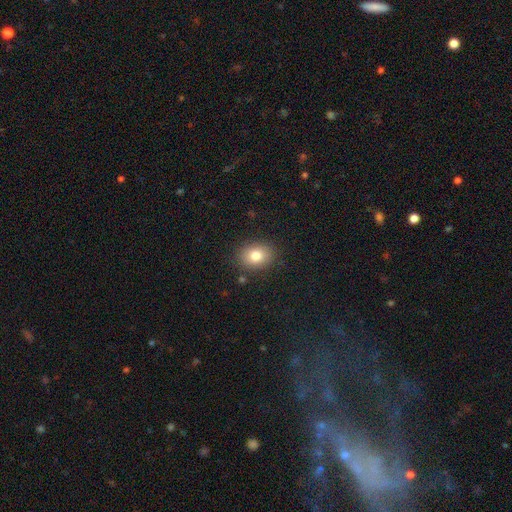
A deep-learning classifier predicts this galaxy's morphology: A smooth galaxy with no disk features (81%) that is in between round and cigar-shaped (60%).

Vote fractions:
- Smooth or featured? smooth: 81% / star or artifact: 10% / featured or disk: 9%
- How rounded? in between: 60% / round: 39% / cigar-shaped: 1%
- Merging? none: 86% / minor disturbance: 10% / major disturbance: 3% / merger: 2%